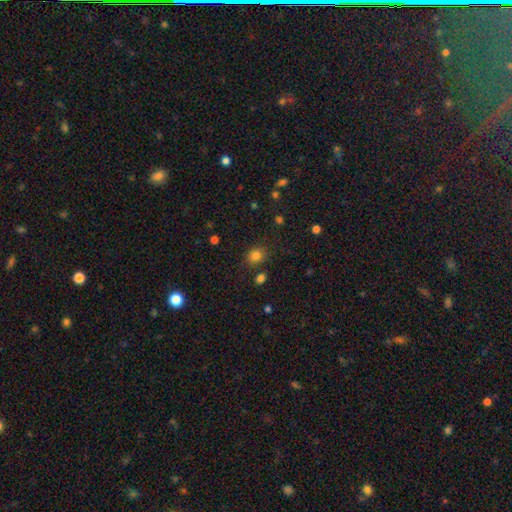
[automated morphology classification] This is clearly a smooth galaxy (82%). How rounded: likely round (65%). Merging: likely none (78%).